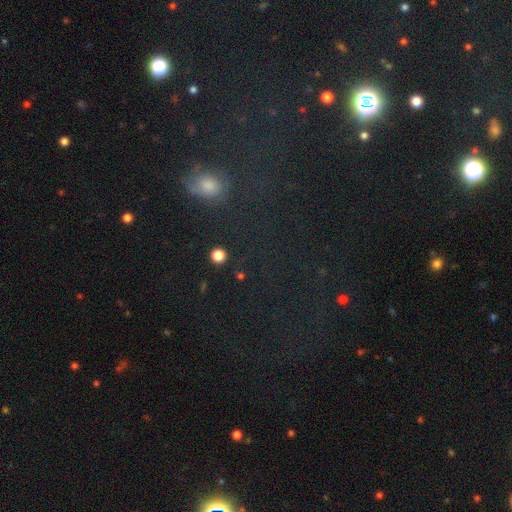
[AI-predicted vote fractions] This appears to be a star or artifact, not a galaxy (53%).